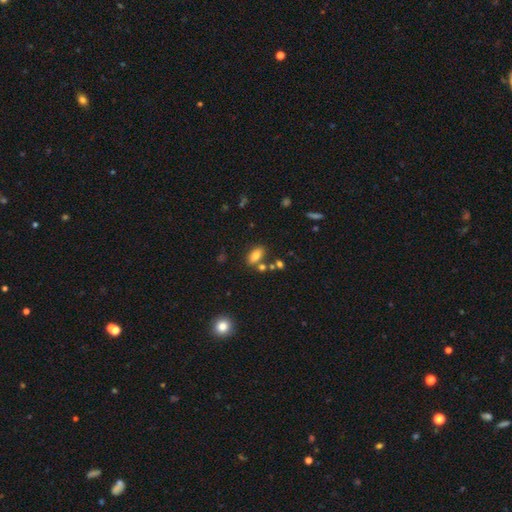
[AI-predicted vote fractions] This is clearly a smooth galaxy (80%). How rounded: clearly in between (88%). Merging: likely none (73%).